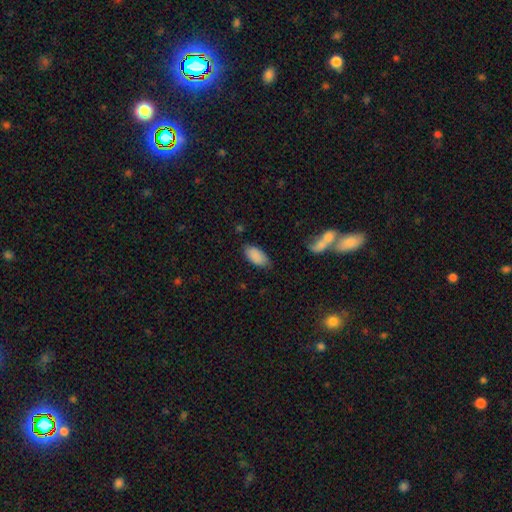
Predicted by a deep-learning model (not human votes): The model was most divided on "merging": none: 75%, minor disturbance: 19%, major disturbance: 4%, merger: 2%. More confident: how rounded — in between (94%); smooth or featured — smooth (87%).